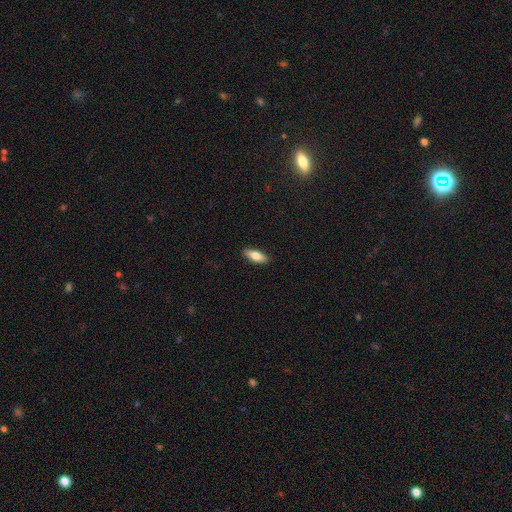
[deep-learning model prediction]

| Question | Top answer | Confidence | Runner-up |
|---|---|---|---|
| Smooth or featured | smooth | 76% | featured or disk (18%) |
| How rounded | in between | 68% | cigar-shaped (30%) |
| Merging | none | 90% | minor disturbance (8%) |